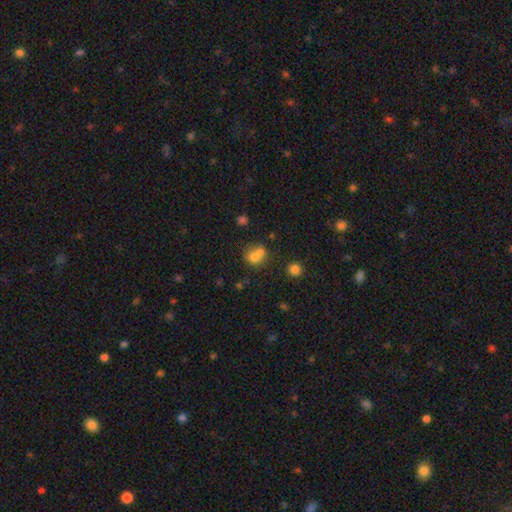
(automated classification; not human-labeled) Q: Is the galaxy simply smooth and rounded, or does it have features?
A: smooth — 71%.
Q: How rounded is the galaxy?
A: round — 74%.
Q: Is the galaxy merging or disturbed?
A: merger — 55%.